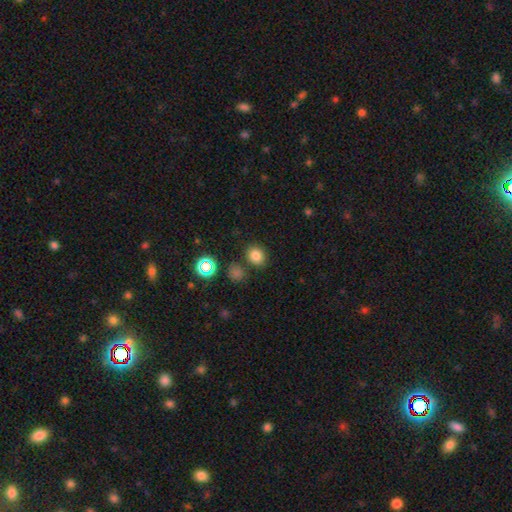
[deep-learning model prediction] Smooth or featured: smooth — 78% (star or artifact — 16%)
How rounded: round — 67% (in between — 33%)
Merging: none — 79% (minor disturbance — 10%)